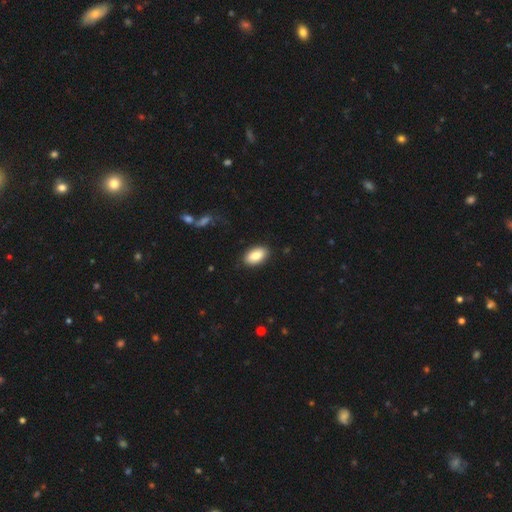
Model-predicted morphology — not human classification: Smooth or featured? smooth (86%)
How rounded? in between (94%)
Merging? none (87%)